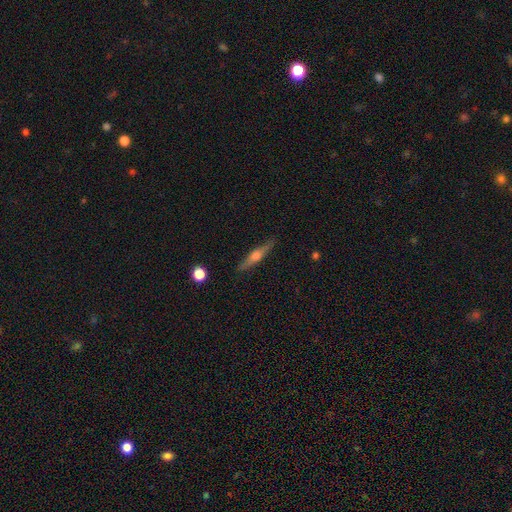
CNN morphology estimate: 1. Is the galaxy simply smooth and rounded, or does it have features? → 68% featured or disk, 25% smooth, 7% star or artifact.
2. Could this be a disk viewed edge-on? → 97% yes, 3% no.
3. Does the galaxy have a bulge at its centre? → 88% rounded, 8% boxy, 4% none.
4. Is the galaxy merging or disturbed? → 89% none, 8% minor disturbance, 2% major disturbance, 1% merger.